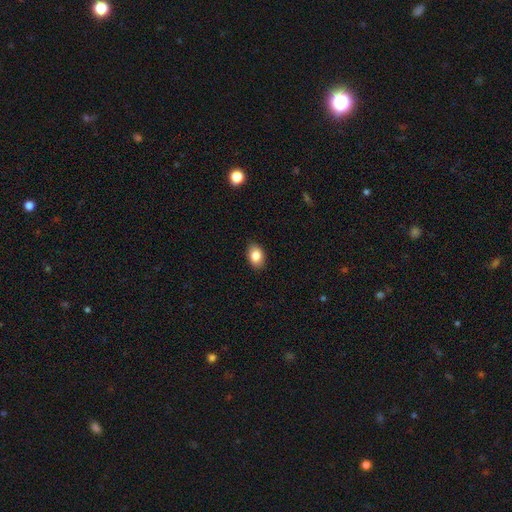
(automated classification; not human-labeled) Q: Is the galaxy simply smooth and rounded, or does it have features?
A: smooth — 84%.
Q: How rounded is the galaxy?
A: in between — 81%.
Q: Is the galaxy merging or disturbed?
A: none — 88%.